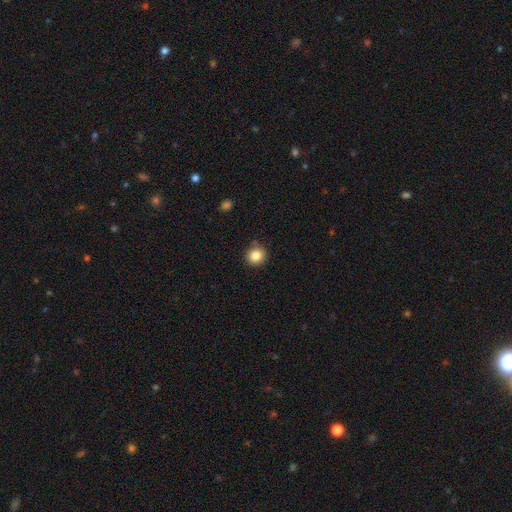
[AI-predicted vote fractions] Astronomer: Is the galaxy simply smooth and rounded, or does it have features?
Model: smooth — 84%.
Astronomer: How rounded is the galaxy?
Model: round — 91%.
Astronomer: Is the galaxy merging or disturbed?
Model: none — 84%.